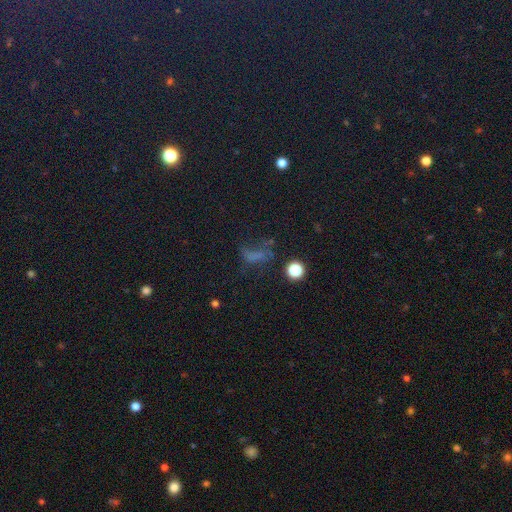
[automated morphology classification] A smooth galaxy with no disk features (46%).

Vote fractions:
- Smooth or featured? smooth: 46% / star or artifact: 37% / featured or disk: 17%
- Merging? none: 41% / major disturbance: 31% / minor disturbance: 20% / merger: 7%